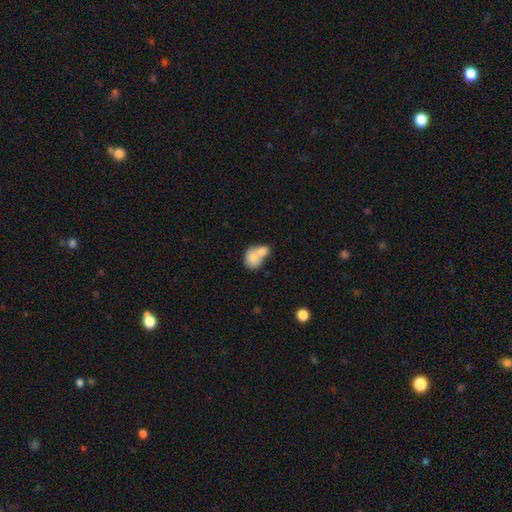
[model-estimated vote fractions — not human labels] A smooth galaxy with no disk features (76%) that is in between round and cigar-shaped (54%).

Vote fractions:
- Smooth or featured? smooth: 76% / featured or disk: 16% / star or artifact: 7%
- How rounded? in between: 54% / round: 45% / cigar-shaped: 1%
- Merging? merger: 71% / none: 19% / minor disturbance: 7% / major disturbance: 4%